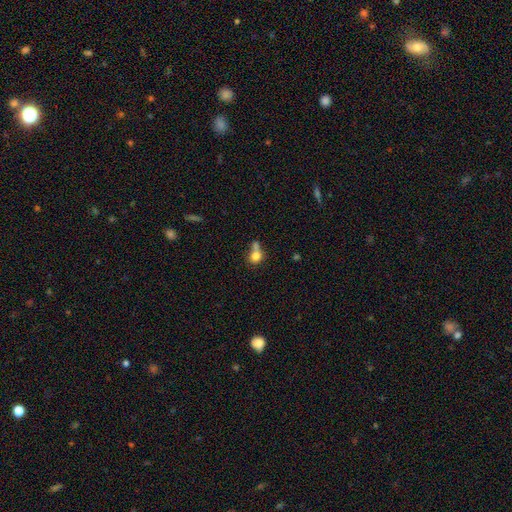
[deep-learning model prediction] This is likely a smooth galaxy (78%). How rounded: likely round (74%). Merging: possibly merger (47%).